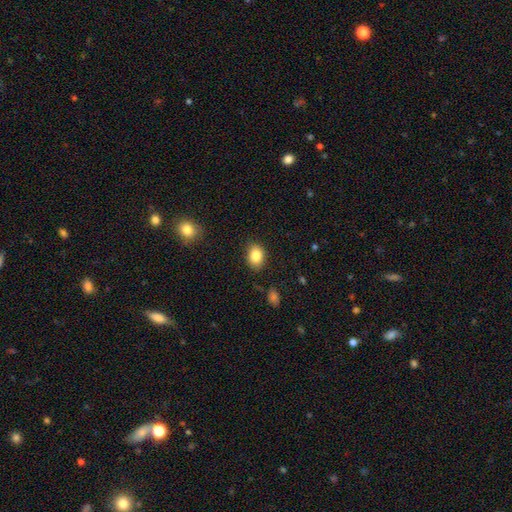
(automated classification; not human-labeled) Smooth or featured?
  - smooth: 84% *
  - star or artifact: 9%
  - featured or disk: 7%
How rounded?
  - in between: 66% *
  - round: 33%
  - cigar-shaped: 1%
Merging?
  - none: 85% *
  - minor disturbance: 11%
  - major disturbance: 3%
  - merger: 1%